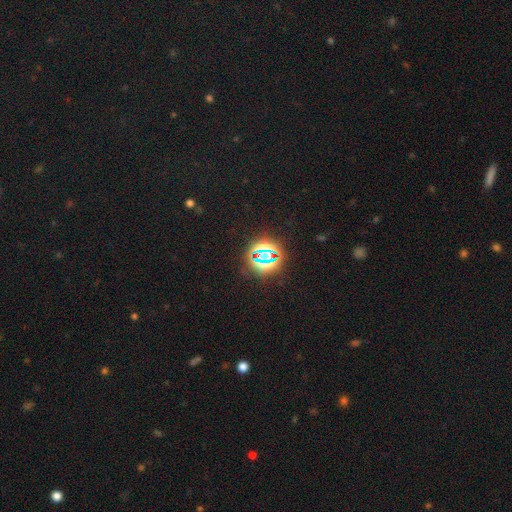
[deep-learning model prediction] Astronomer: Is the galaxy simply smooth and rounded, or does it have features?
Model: star or artifact — 78%.